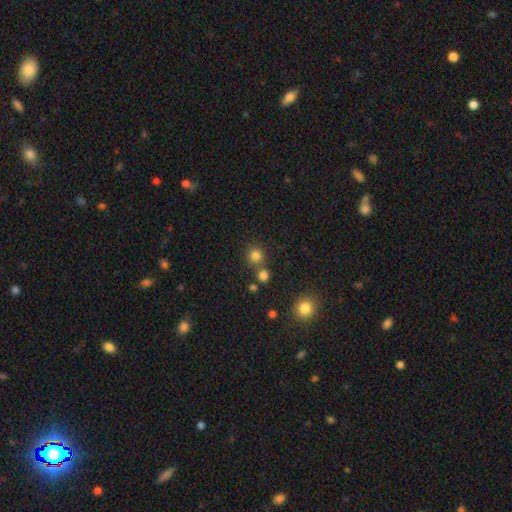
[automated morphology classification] The model was most divided on "merging": none: 71%, merger: 18%, minor disturbance: 8%, major disturbance: 3%. More confident: how rounded — round (90%); smooth or featured — smooth (79%).